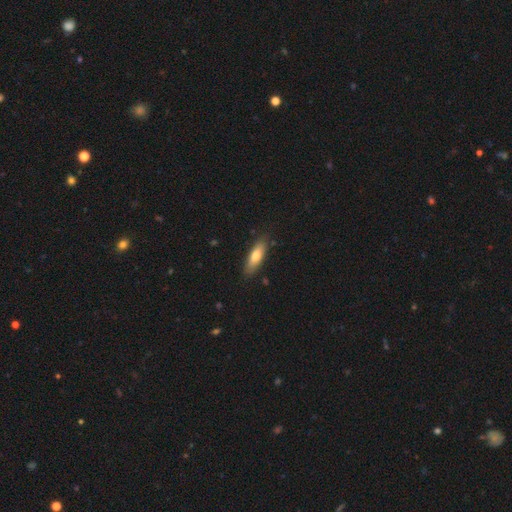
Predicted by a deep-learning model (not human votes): A smooth galaxy with no disk features (72%) that is in between round and cigar-shaped (50%).

Vote fractions:
- Smooth or featured? smooth: 72% / featured or disk: 22% / star or artifact: 6%
- How rounded? in between: 50% / cigar-shaped: 47% / round: 2%
- Merging? none: 84% / minor disturbance: 12% / major disturbance: 2% / merger: 2%